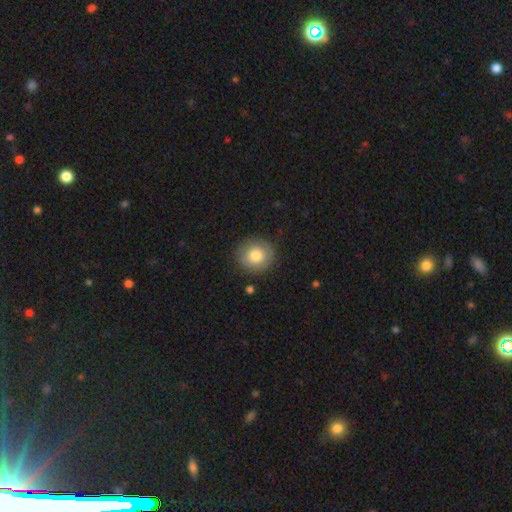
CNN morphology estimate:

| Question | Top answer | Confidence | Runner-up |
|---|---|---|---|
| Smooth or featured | smooth | 76% | featured or disk (16%) |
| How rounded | round | 90% | in between (9%) |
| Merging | none | 86% | minor disturbance (9%) |